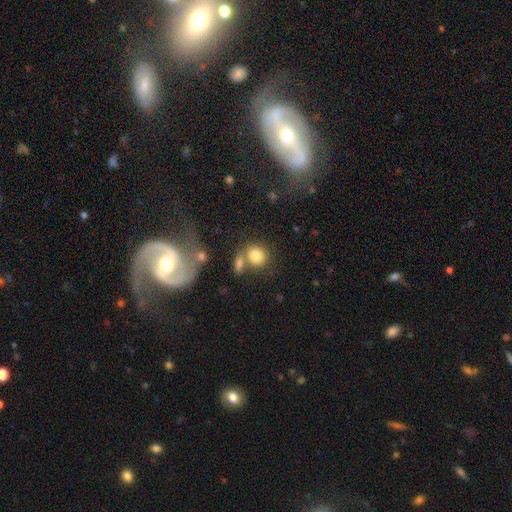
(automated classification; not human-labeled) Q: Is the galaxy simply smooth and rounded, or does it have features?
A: smooth — 81%.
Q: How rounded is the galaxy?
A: round — 74%.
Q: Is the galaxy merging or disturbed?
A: none — 49%.